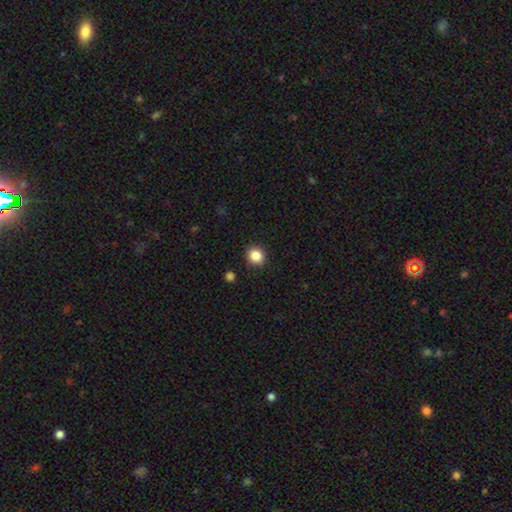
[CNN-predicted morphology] smooth-or-featured: smooth: 86% | star or artifact: 10% | featured or disk: 4%
  how-rounded: round: 81% | in between: 18% | cigar-shaped: 1%
  merging: none: 89% | minor disturbance: 7% | major disturbance: 2% | merger: 1%